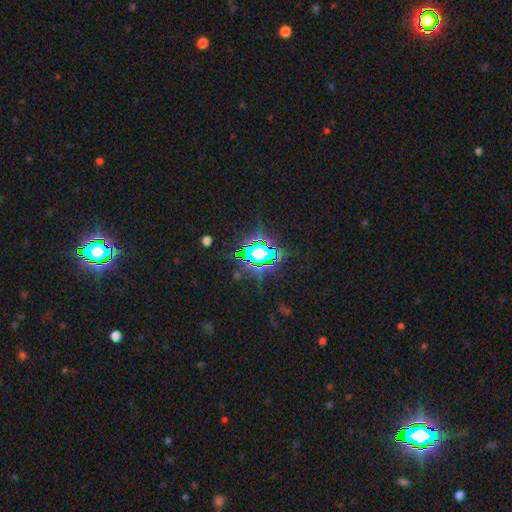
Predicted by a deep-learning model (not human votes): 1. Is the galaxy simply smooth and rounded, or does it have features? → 72% star or artifact, 16% smooth, 12% featured or disk.